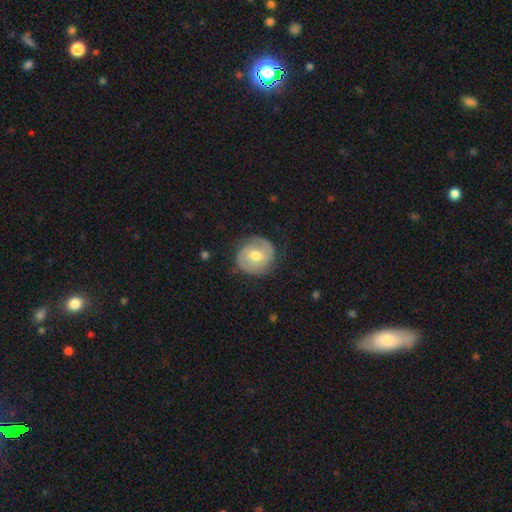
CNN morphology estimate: The model was most divided on "bar": weak: 45%, no: 43%, strong: 13%. More confident: edge-on disk — no (97%); merging — none (82%); spiral arms — yes (80%); bulge size — moderate (75%); smooth or featured — featured or disk (61%).